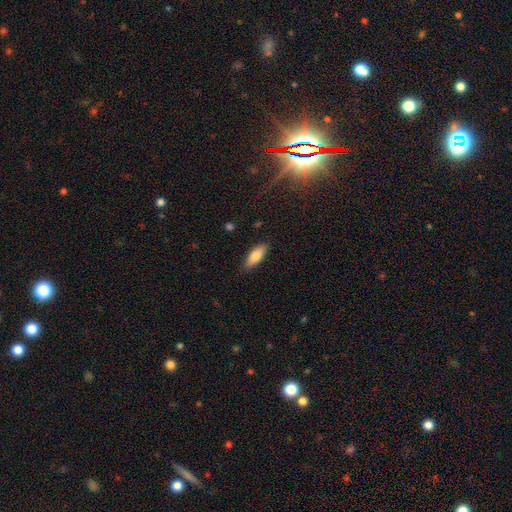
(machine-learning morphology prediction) Smooth or featured: smooth — 76% (featured or disk — 18%)
How rounded: in between — 68% (cigar-shaped — 30%)
Merging: none — 87% (minor disturbance — 10%)